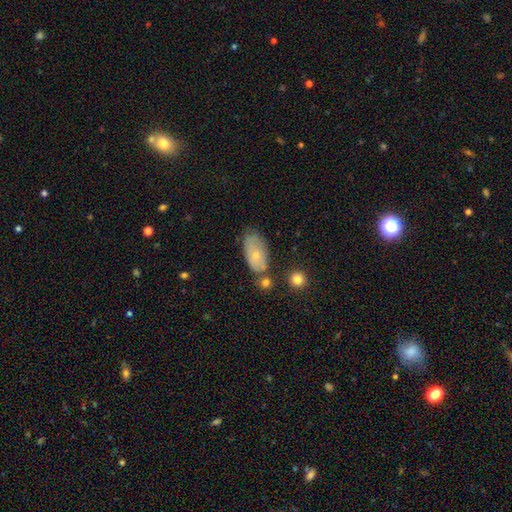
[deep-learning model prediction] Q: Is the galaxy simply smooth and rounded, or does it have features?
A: smooth — 63%.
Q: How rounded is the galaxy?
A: in between — 90%.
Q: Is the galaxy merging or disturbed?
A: none — 57%.